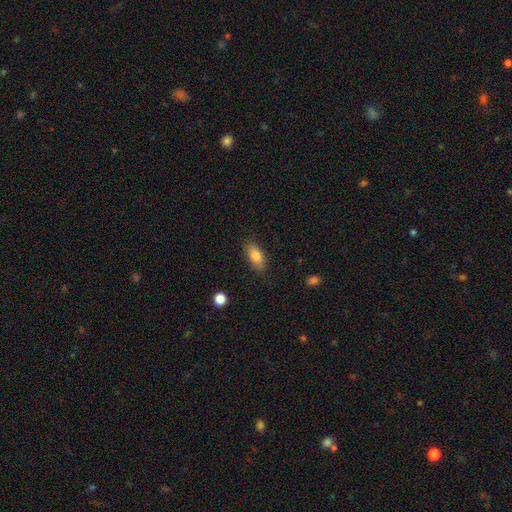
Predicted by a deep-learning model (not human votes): Morphology: type=smooth (84%); roundness=in between (86%); merging=none (85%).